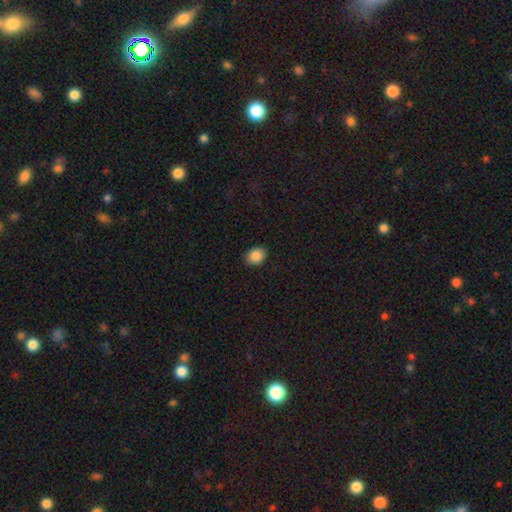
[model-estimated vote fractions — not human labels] A smooth galaxy with no disk features (88%) that is in between round and cigar-shaped (58%). Merging: none (89%).